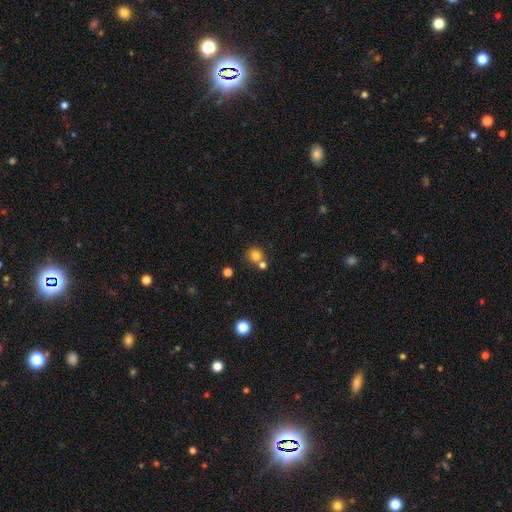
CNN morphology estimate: smooth 79%, star or artifact 13%, featured or disk 8%. Down the decision tree: how rounded — round (88%); merging — none (58%).